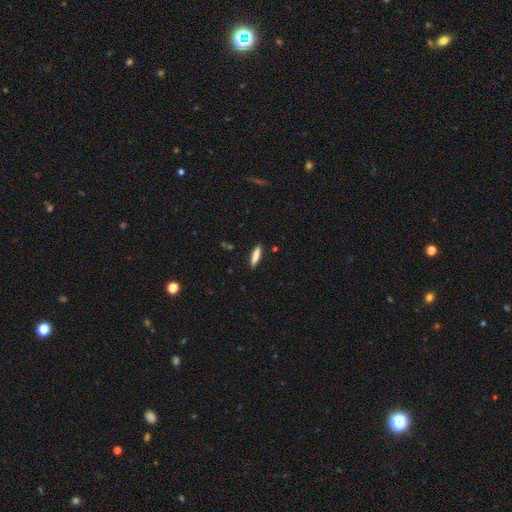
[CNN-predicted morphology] The model was most divided on "how rounded": cigar-shaped: 72%, in between: 27%, round: 2%. More confident: merging — none (88%); smooth or featured — smooth (82%).